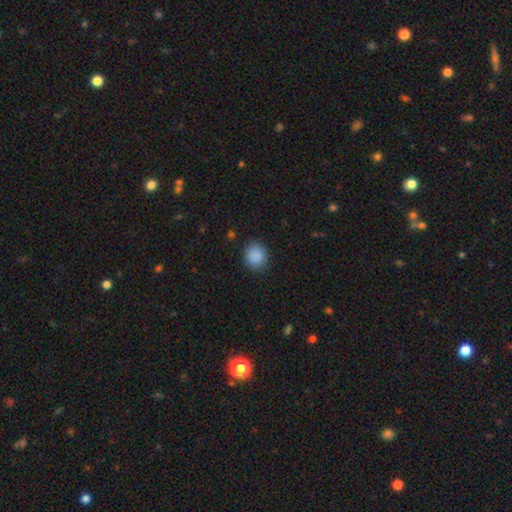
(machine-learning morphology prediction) A smooth galaxy with no disk features (88%) that is round (77%). Merging: none (86%).